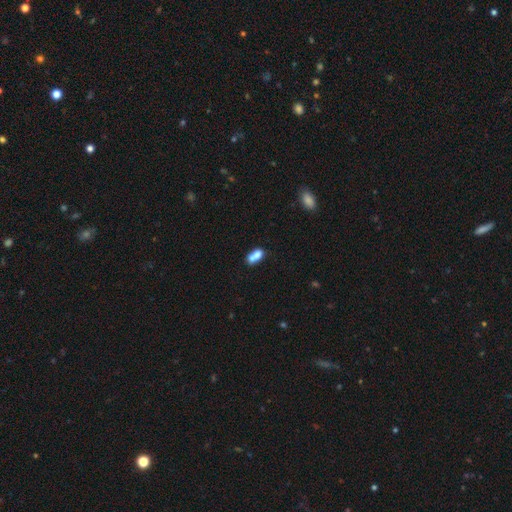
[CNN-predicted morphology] smooth_or_featured: smooth (p=0.73) [alt: featured or disk p=0.17]
how_rounded: in between (p=0.78) [alt: round p=0.15]
merging: merger (p=0.51) [alt: none p=0.30]